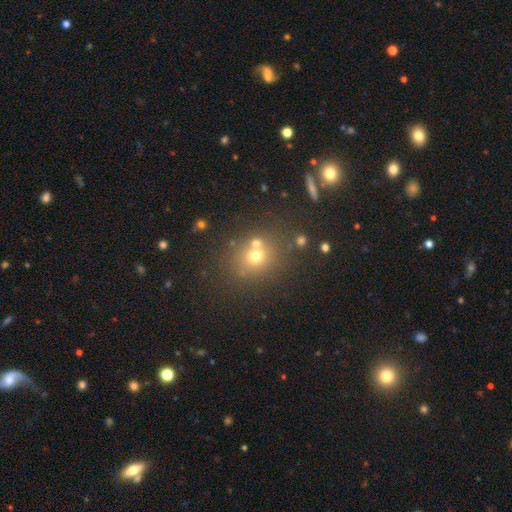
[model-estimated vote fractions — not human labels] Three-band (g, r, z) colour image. It shows a smooth galaxy with no disk features (65%) that is round (77%). Merging: none (64%).